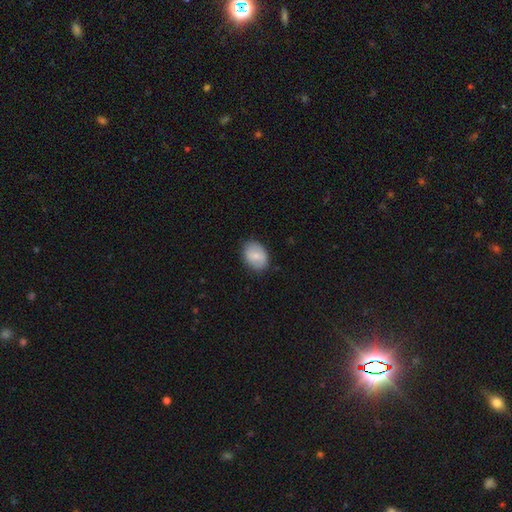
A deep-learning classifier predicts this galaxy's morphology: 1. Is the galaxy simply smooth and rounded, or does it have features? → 69% smooth, 24% featured or disk, 6% star or artifact.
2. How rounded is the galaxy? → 70% in between, 29% round, 1% cigar-shaped.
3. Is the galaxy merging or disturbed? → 83% none, 13% minor disturbance, 3% major disturbance, 1% merger.